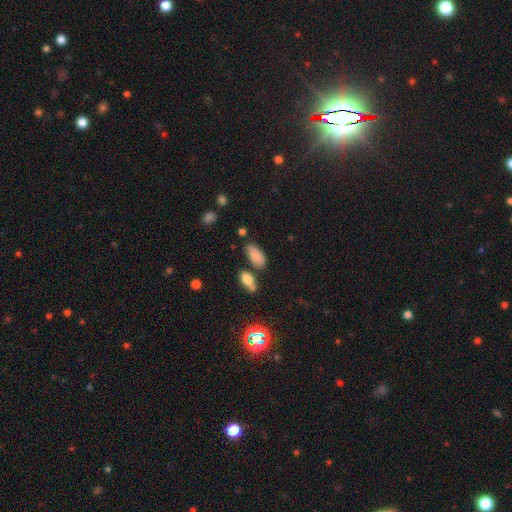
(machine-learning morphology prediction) Overall: smooth (84%). How rounded: in between (89%). Merging: none (67%).